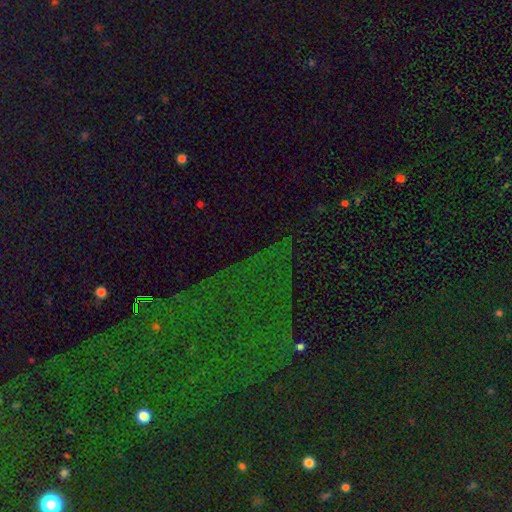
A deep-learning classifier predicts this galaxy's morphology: Smooth or featured: star or artifact — 81% (smooth — 10%)